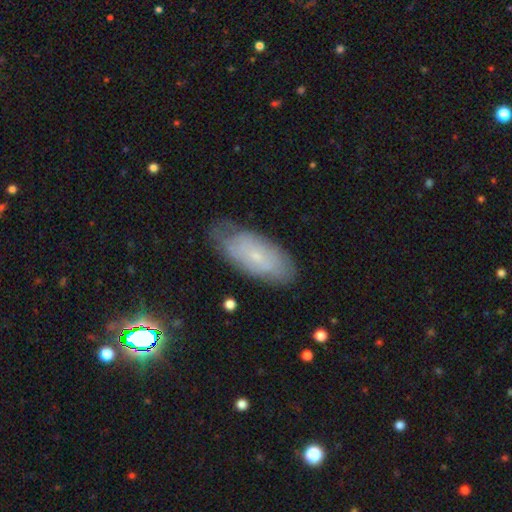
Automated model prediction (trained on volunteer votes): This appears to be a featured or disk galaxy (53%). Merging: none (70%).